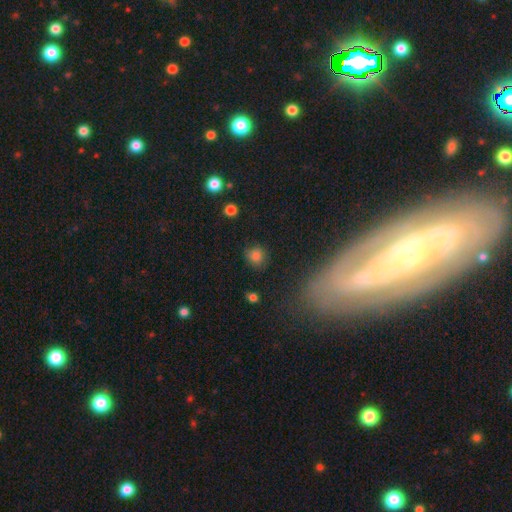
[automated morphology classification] smooth-or-featured: smooth: 80% | star or artifact: 13% | featured or disk: 7%
  how-rounded: round: 86% | in between: 12% | cigar-shaped: 1%
  merging: none: 79% | minor disturbance: 14% | major disturbance: 4% | merger: 2%